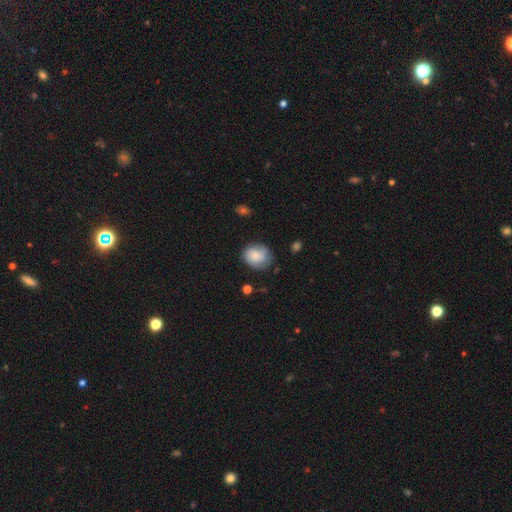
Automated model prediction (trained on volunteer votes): Morphology: type=smooth (72%); roundness=round (51%); merging=none (65%).